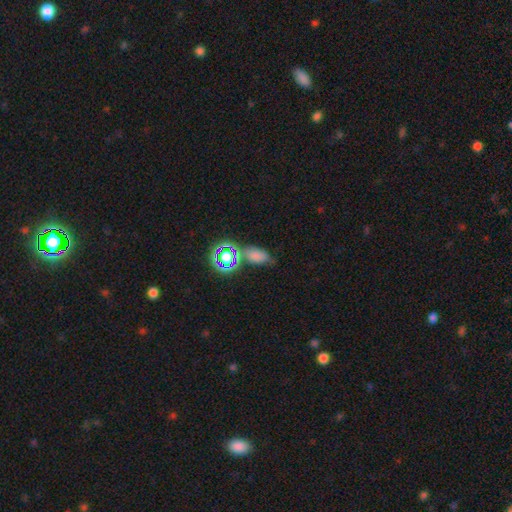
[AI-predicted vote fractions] smooth_or_featured: smooth (p=0.64) [alt: star or artifact p=0.26]
how_rounded: in between (p=0.80) [alt: round p=0.14]
merging: none (p=0.57) [alt: minor disturbance p=0.19]